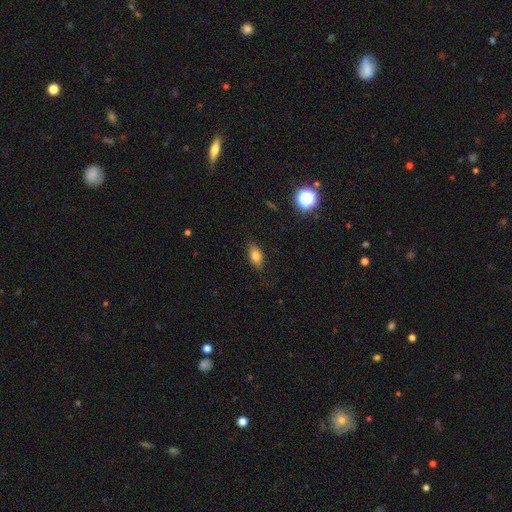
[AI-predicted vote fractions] The model was most divided on "smooth or featured": smooth: 76%, featured or disk: 14%, star or artifact: 10%. More confident: how rounded — in between (83%); merging — none (82%).